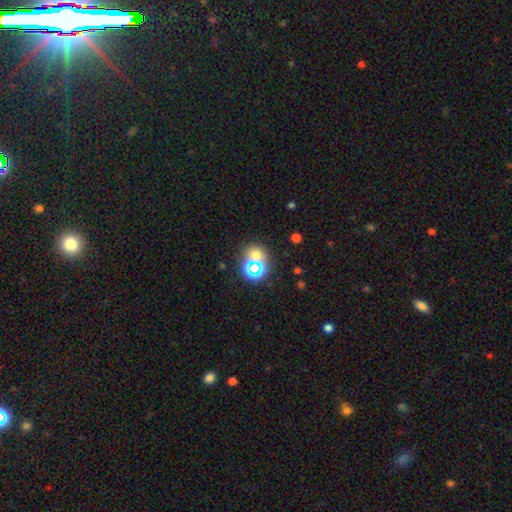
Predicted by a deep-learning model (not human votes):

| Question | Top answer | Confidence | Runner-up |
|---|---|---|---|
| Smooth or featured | smooth | 51% | star or artifact (39%) |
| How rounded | round | 75% | in between (24%) |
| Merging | none | 62% | merger (23%) |